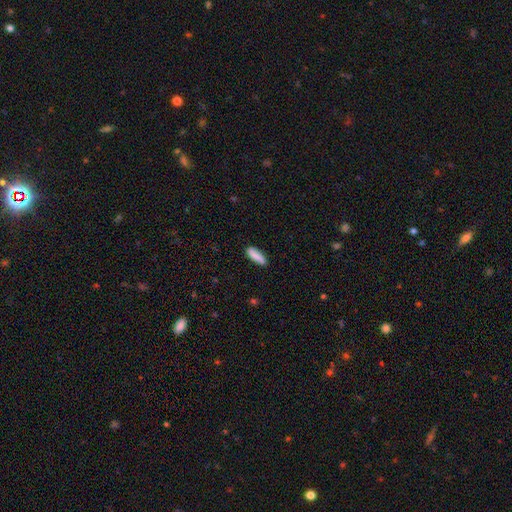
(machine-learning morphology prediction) This appears to be a smooth galaxy with no disk features (83%) that is cigar-shaped (54%). Merging: none (83%).